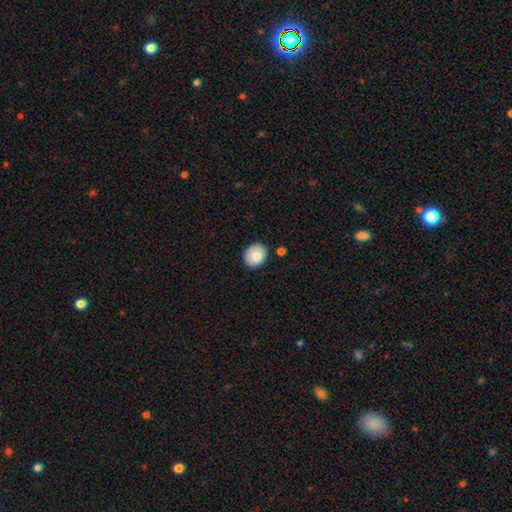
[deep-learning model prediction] This is clearly a smooth galaxy (84%). How rounded: likely round (65%). Merging: clearly none (82%).